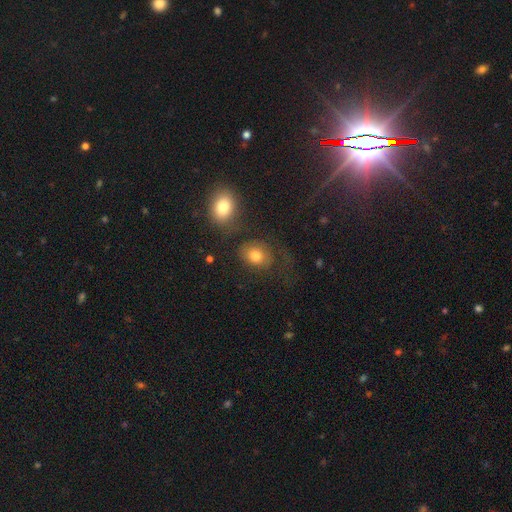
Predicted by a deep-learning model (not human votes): Smooth or featured? Predicted: smooth (p=0.74). How rounded? Predicted: in between (p=0.55). Merging? Predicted: none (p=0.53).